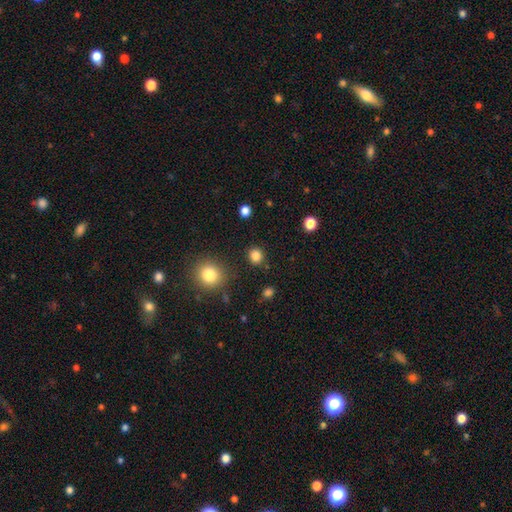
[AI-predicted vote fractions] A smooth galaxy with no disk features (84%) that is round (85%). Merging: none (89%).